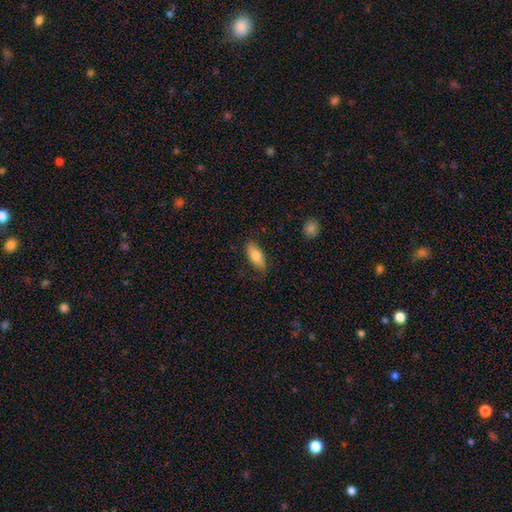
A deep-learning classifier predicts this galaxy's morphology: This is likely a smooth galaxy (76%). How rounded: clearly in between (80%). Merging: clearly none (84%).